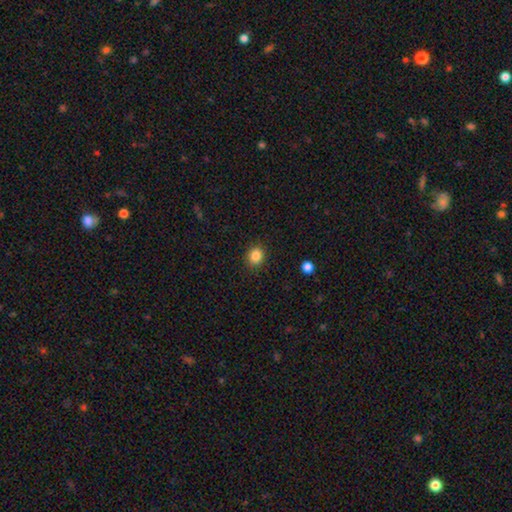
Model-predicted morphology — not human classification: smooth_or_featured: smooth (p=0.85) [alt: star or artifact p=0.10]
how_rounded: round (p=0.70) [alt: in between p=0.29]
merging: none (p=0.89) [alt: minor disturbance p=0.08]